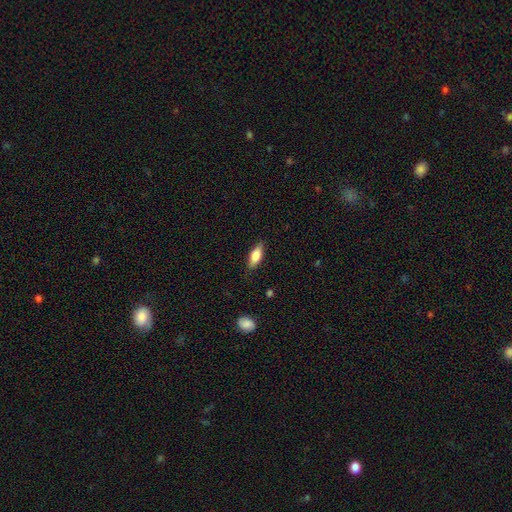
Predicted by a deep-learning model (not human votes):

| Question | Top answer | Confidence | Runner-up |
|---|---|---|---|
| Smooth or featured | smooth | 74% | featured or disk (19%) |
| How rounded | in between | 72% | cigar-shaped (25%) |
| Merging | none | 83% | minor disturbance (13%) |